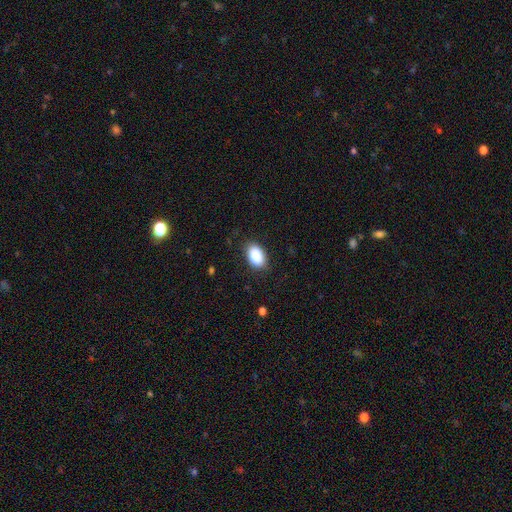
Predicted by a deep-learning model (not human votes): smooth-or-featured: smooth: 90% | star or artifact: 7% | featured or disk: 3%
  how-rounded: in between: 89% | round: 10% | cigar-shaped: 1%
  merging: none: 85% | minor disturbance: 11% | major disturbance: 3% | merger: 1%